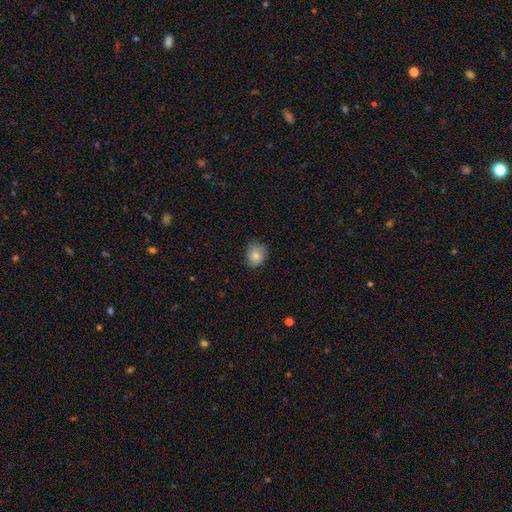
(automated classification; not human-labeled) A smooth galaxy with no disk features (81%) that is round (72%). Merging: none (76%).